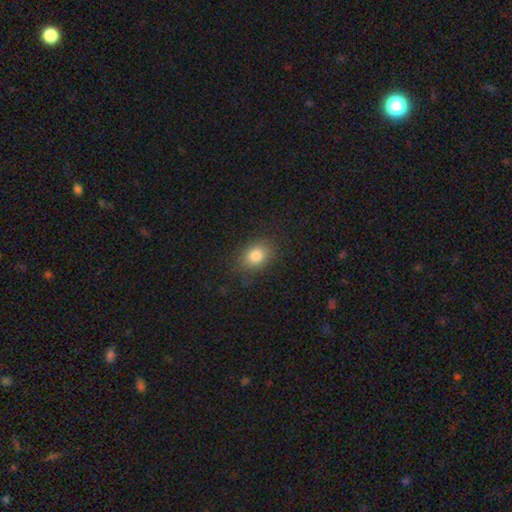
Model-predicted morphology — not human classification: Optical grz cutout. It shows a smooth galaxy with no disk features (83%) that is in between round and cigar-shaped (62%). Merging: none (80%).